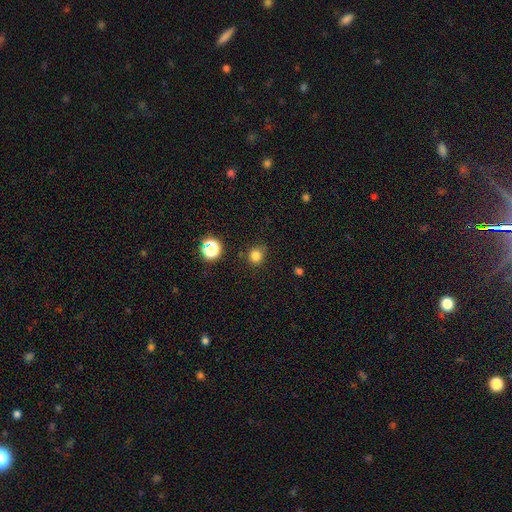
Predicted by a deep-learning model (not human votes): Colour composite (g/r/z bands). It shows a smooth galaxy with no disk features (80%) that is round (86%). Merging: none (80%).